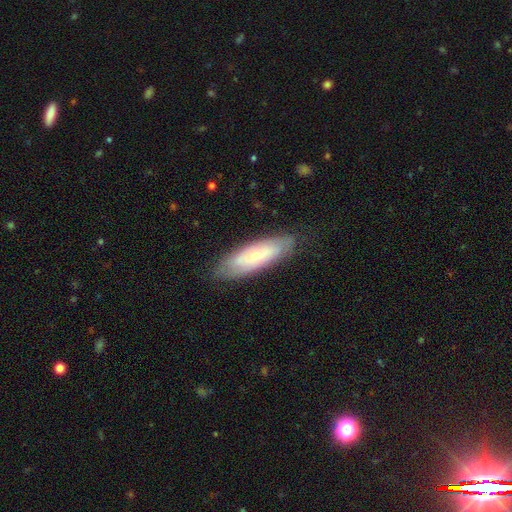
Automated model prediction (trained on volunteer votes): Smooth or featured: featured or disk — 47% (smooth — 46%)
Merging: none — 82% (minor disturbance — 14%)